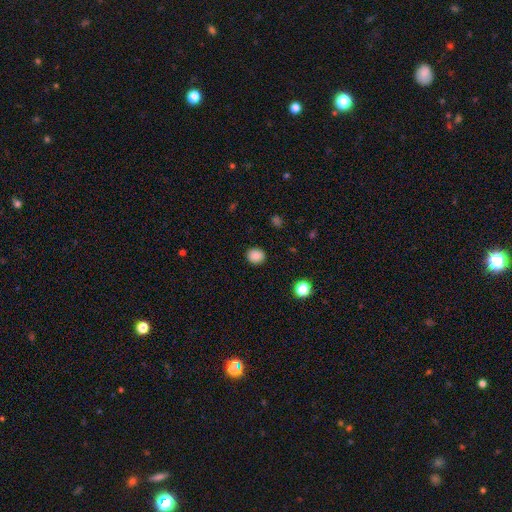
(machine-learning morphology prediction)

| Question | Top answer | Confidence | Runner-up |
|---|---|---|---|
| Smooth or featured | smooth | 87% | star or artifact (10%) |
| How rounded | round | 71% | in between (28%) |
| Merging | none | 89% | minor disturbance (7%) |